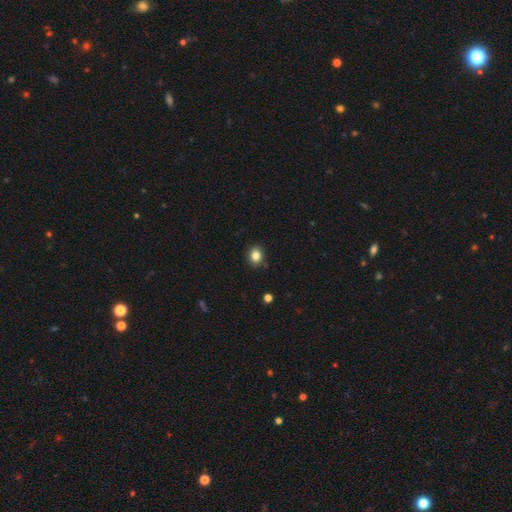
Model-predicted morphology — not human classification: Q: Smooth or featured?
A: smooth (83%); runner-up: star or artifact (11%)
Q: How rounded?
A: round (69%); runner-up: in between (30%)
Q: Merging?
A: none (87%); runner-up: minor disturbance (9%)